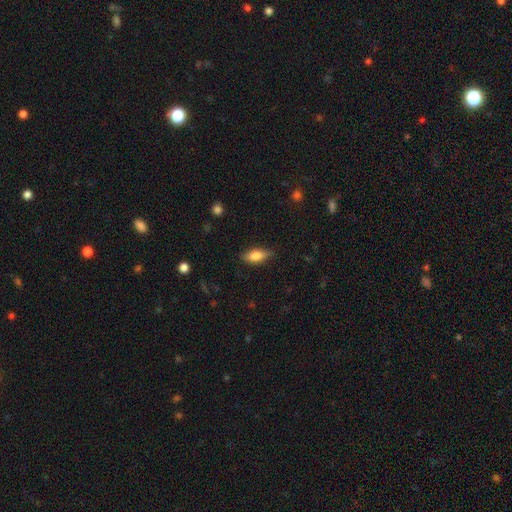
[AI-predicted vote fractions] Smooth or featured?
  - smooth: 73% *
  - featured or disk: 20%
  - star or artifact: 7%
How rounded?
  - in between: 73% *
  - cigar-shaped: 24%
  - round: 3%
Merging?
  - none: 79% *
  - minor disturbance: 17%
  - major disturbance: 3%
  - merger: 1%